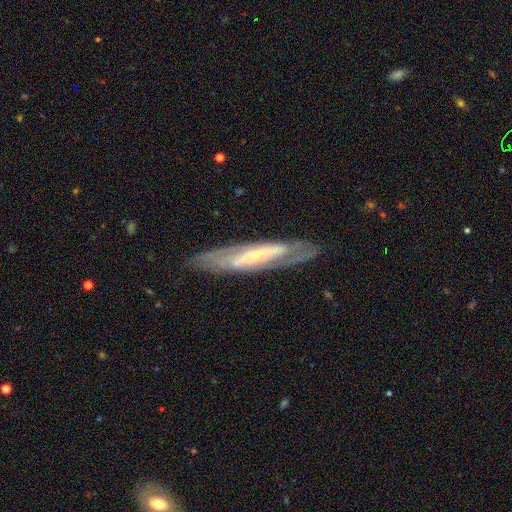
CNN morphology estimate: smooth_or_featured: featured or disk (p=0.77) [alt: smooth p=0.17]
disk_edge_on: no (p=0.62) [alt: yes p=0.38]
merging: none (p=0.77) [alt: minor disturbance p=0.15]